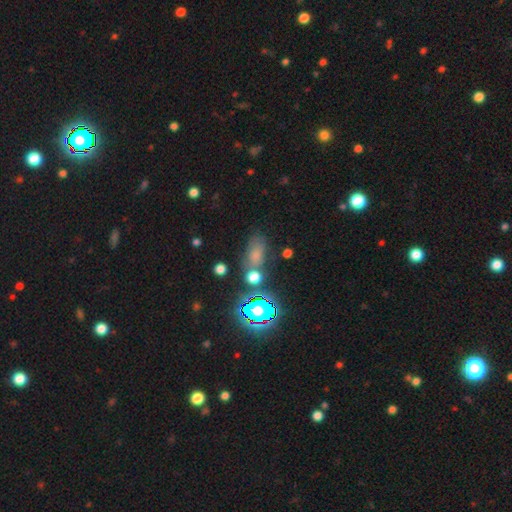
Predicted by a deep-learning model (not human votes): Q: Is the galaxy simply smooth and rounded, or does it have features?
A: smooth — 59%.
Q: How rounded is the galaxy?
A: in between — 79%.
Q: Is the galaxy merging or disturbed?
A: none — 58%.